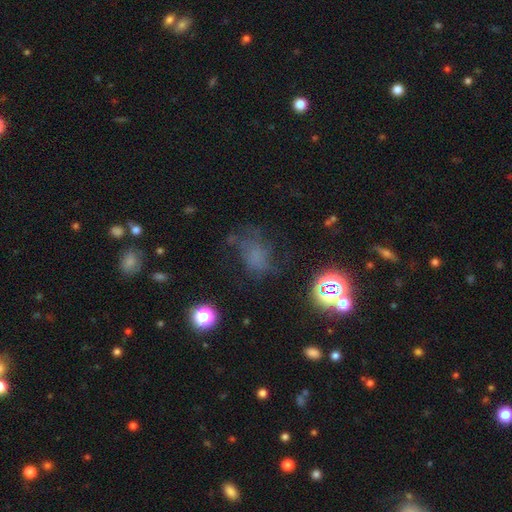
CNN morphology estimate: This appears to be a smooth galaxy with no disk features (47%). Merging: none (47%).